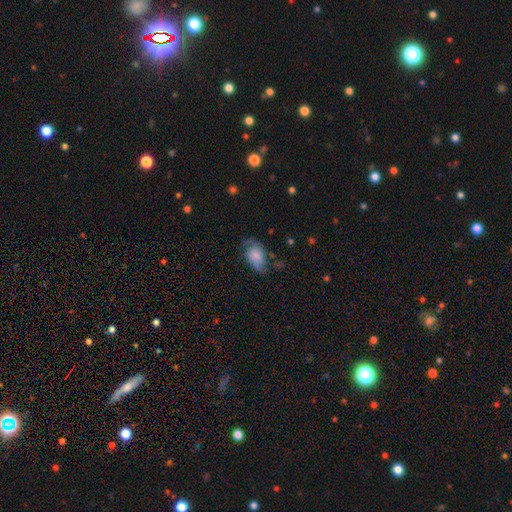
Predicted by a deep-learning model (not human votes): This appears to be a smooth galaxy with no disk features (56%) that is in between round and cigar-shaped (87%). Merging: none (52%).